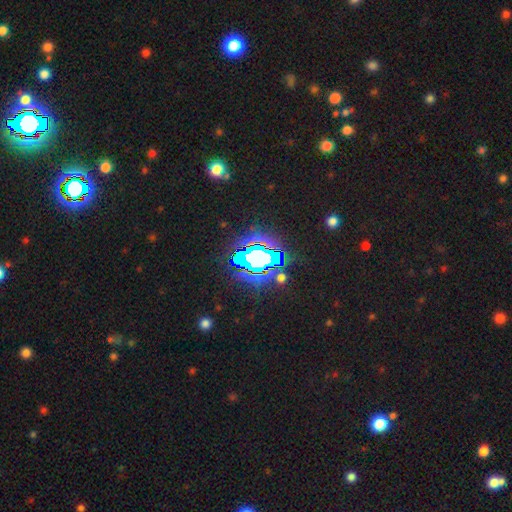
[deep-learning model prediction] Smooth or featured?
  - star or artifact: 83% *
  - smooth: 11%
  - featured or disk: 7%